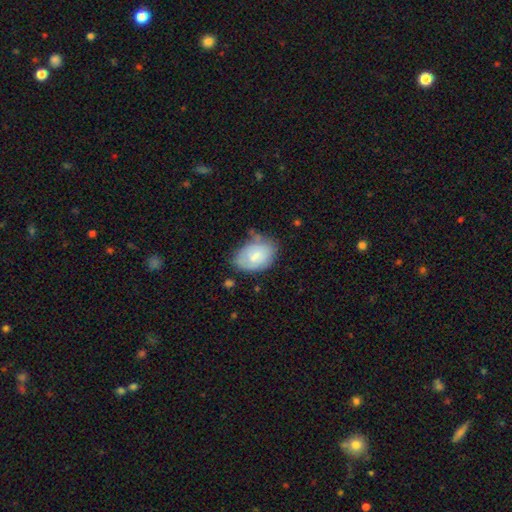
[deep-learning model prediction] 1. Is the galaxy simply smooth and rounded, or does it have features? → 69% smooth, 24% featured or disk, 7% star or artifact.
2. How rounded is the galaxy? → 85% in between, 14% round, 1% cigar-shaped.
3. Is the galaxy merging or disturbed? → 52% none, 32% minor disturbance, 10% major disturbance, 5% merger.